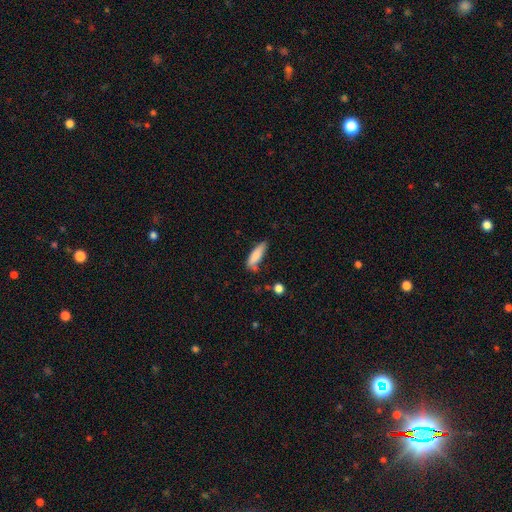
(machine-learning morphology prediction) Overall: smooth (83%). How rounded: cigar-shaped (55%; in between 43%). Merging: none (59%; minor disturbance 29%).